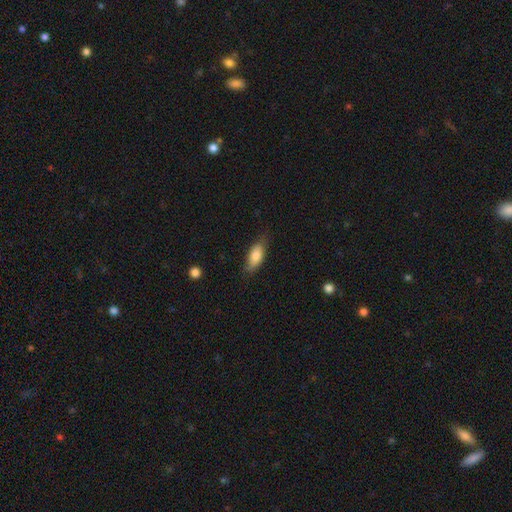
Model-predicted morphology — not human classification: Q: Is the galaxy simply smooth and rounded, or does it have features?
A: smooth — 78%.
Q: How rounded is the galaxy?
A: in between — 79%.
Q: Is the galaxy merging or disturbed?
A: none — 70%.